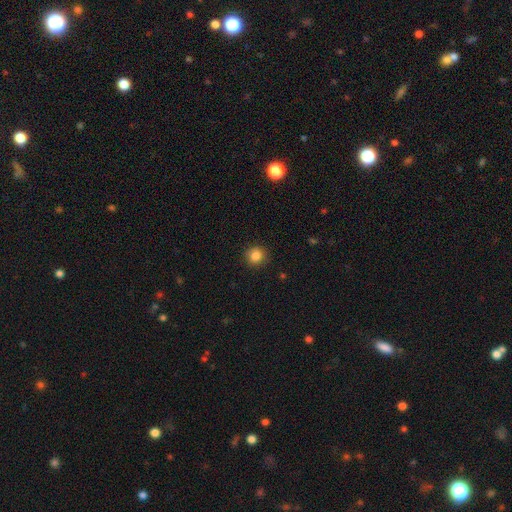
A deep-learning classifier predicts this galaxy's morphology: Q: Smooth or featured?
A: smooth (84%); runner-up: star or artifact (11%)
Q: How rounded?
A: round (92%); runner-up: in between (7%)
Q: Merging?
A: none (90%); runner-up: minor disturbance (7%)